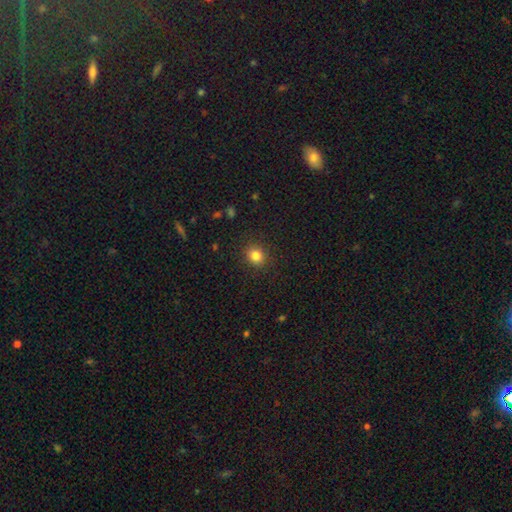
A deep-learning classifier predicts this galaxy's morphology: The model was most divided on "how rounded": round: 72%, in between: 27%, cigar-shaped: 1%. More confident: merging — none (89%); smooth or featured — smooth (83%).